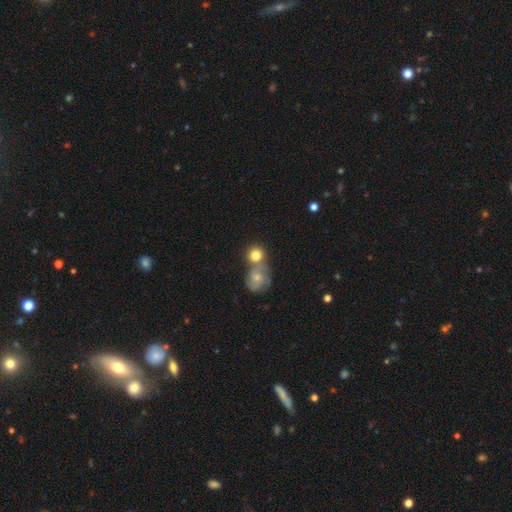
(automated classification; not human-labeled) This is likely a smooth galaxy (68%). How rounded: clearly round (85%). Merging: possibly none (46%).